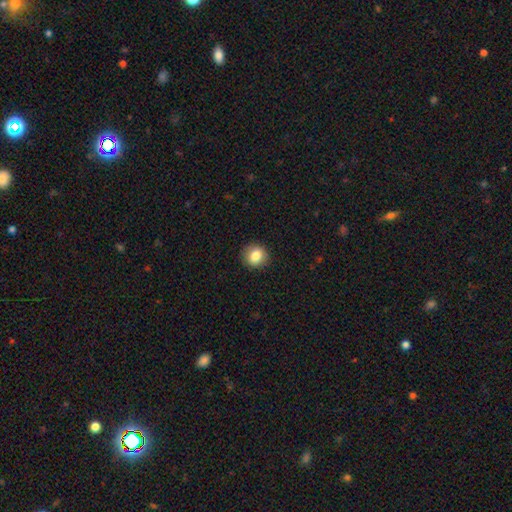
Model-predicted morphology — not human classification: This is clearly a smooth galaxy (83%). How rounded: clearly round (84%). Merging: clearly none (90%).